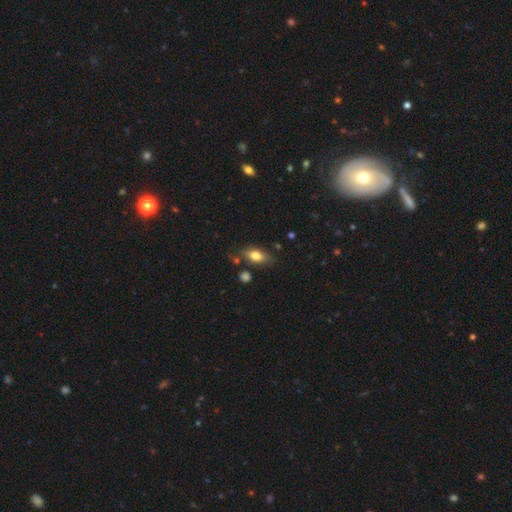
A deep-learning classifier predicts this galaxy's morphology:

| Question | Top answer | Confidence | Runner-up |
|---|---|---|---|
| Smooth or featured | smooth | 78% | featured or disk (14%) |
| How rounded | in between | 86% | round (7%) |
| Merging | none | 71% | minor disturbance (19%) |